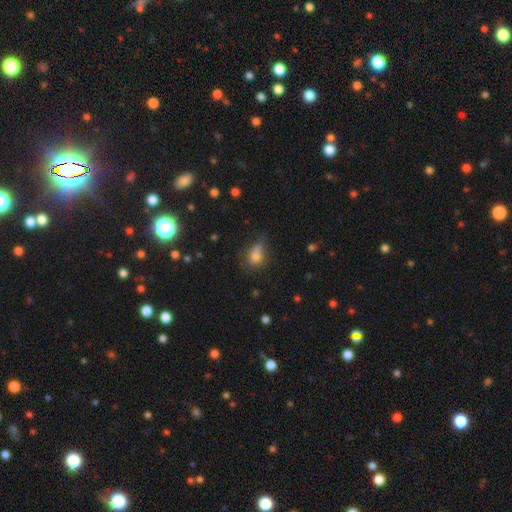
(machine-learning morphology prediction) smooth_or_featured: smooth (p=0.75) [alt: star or artifact p=0.13]
how_rounded: in between (p=0.65) [alt: round p=0.31]
merging: none (p=0.37) [alt: minor disturbance p=0.34]